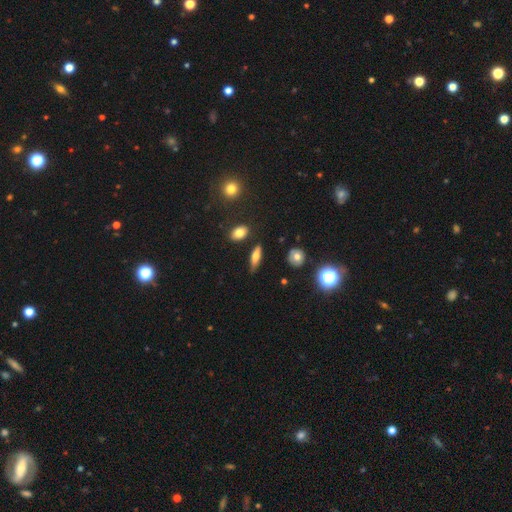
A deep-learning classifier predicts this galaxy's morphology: Q: Smooth or featured?
A: smooth (66%); runner-up: featured or disk (25%)
Q: How rounded?
A: in between (51%); runner-up: cigar-shaped (43%)
Q: Merging?
A: none (82%); runner-up: minor disturbance (12%)